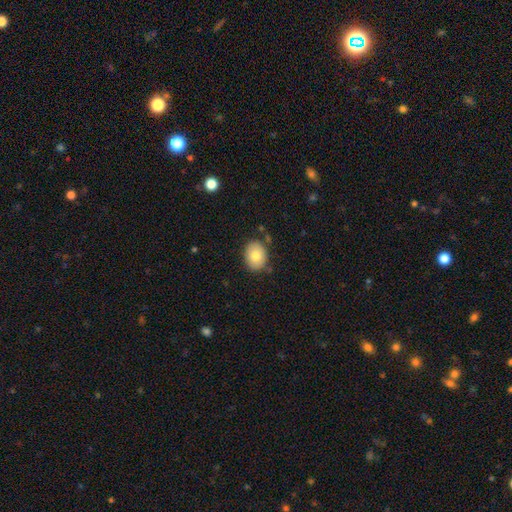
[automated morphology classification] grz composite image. It shows a smooth galaxy with no disk features (78%) that is in between round and cigar-shaped (63%). Merging: none (81%).